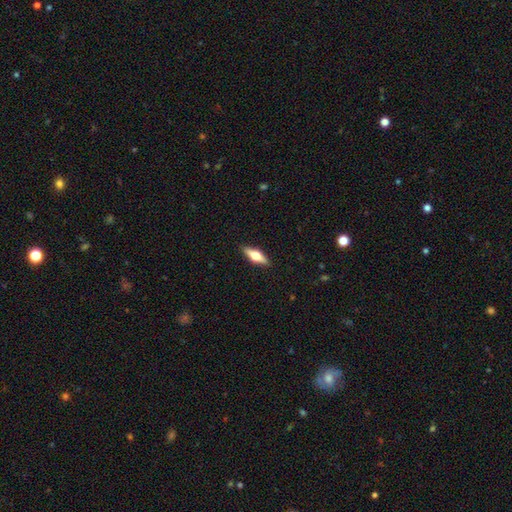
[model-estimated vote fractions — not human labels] Morphology: type=featured or disk (53%); edge-on=yes (93%); merging=none (90%).